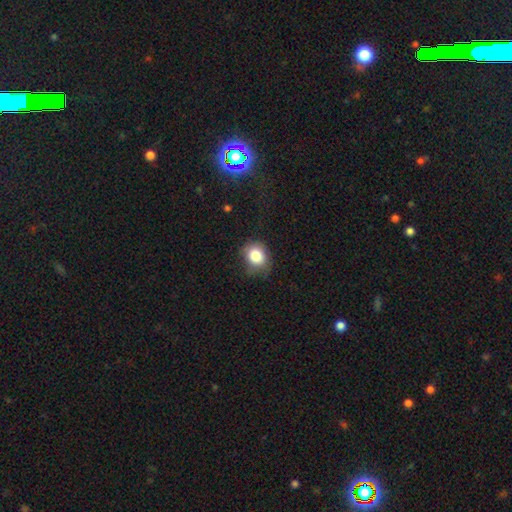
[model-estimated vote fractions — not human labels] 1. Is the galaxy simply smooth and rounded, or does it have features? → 82% smooth, 10% star or artifact, 8% featured or disk.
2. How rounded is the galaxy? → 61% round, 38% in between, 1% cigar-shaped.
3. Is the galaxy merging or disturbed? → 66% none, 25% minor disturbance, 8% major disturbance, 1% merger.